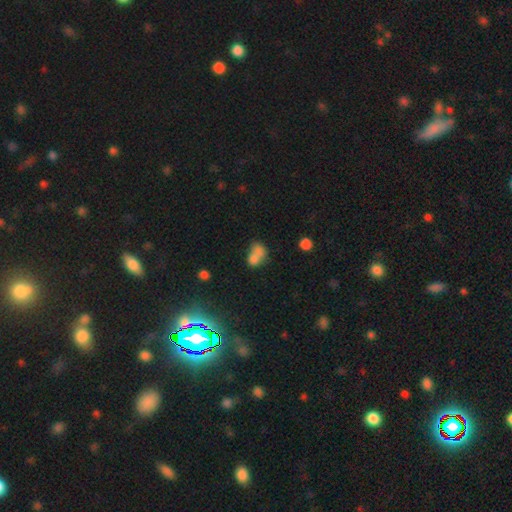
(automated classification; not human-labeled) Smooth or featured? Predicted: smooth (p=0.72). How rounded? Predicted: in between (p=0.65). Merging? Predicted: merger (p=0.60).